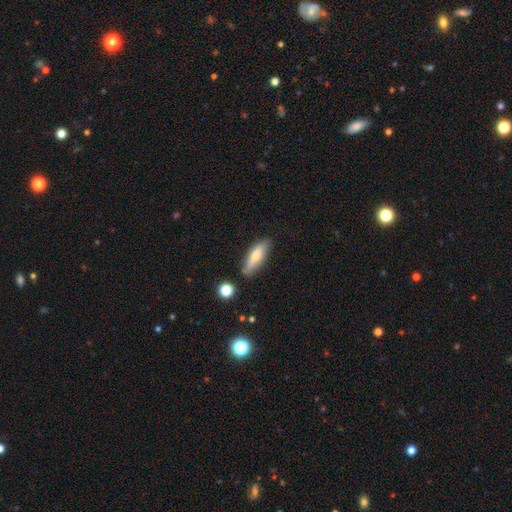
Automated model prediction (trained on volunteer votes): Overall: smooth (60%; featured or disk 33%). How rounded: cigar-shaped (55%; in between 43%). Merging: none (78%).